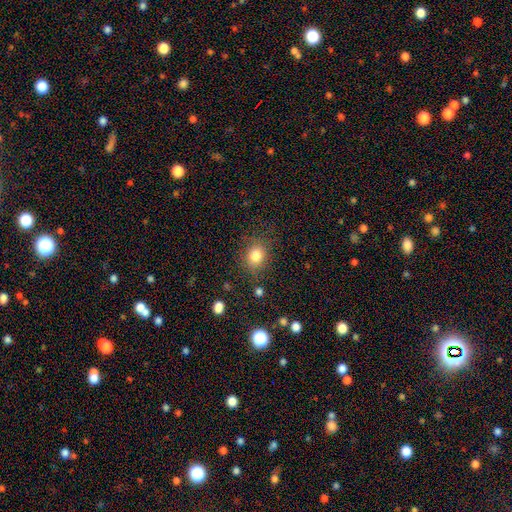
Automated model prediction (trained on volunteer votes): smooth-or-featured: smooth: 81% | star or artifact: 12% | featured or disk: 7%
  how-rounded: round: 64% | in between: 35% | cigar-shaped: 1%
  merging: none: 80% | minor disturbance: 13% | major disturbance: 5% | merger: 2%